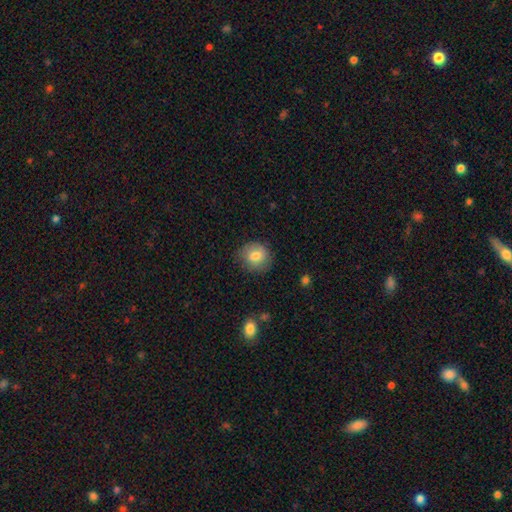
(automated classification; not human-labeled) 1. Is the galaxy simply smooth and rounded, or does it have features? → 79% smooth, 13% featured or disk, 8% star or artifact.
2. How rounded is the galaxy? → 81% round, 18% in between, 1% cigar-shaped.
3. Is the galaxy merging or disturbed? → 79% none, 16% minor disturbance, 4% major disturbance, 1% merger.